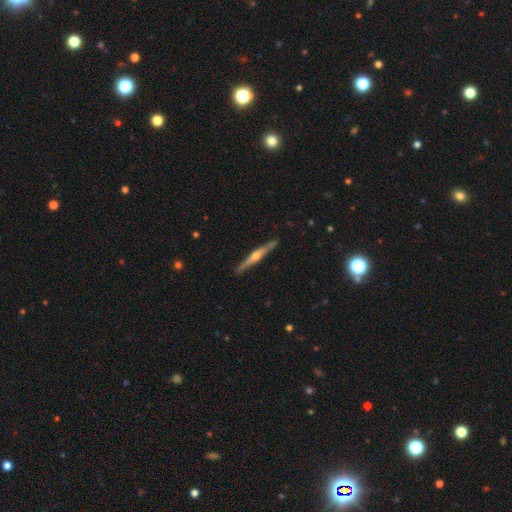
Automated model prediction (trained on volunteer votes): A featured or disk galaxy (76%) viewed edge-on (98%) with a rounded central bulge (86%). Merging: none (90%).